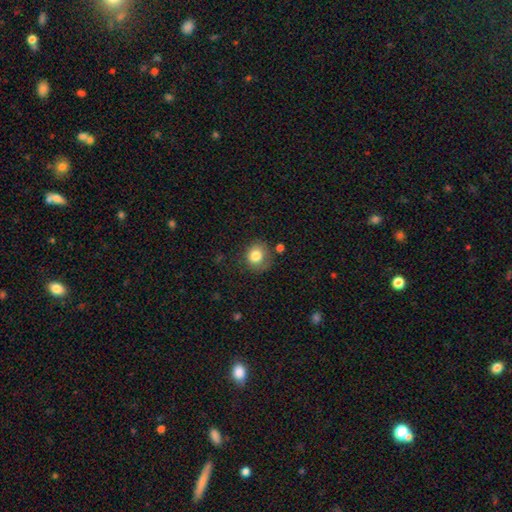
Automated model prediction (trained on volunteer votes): Morphology: type=smooth (81%); roundness=round (80%); merging=none (68%).